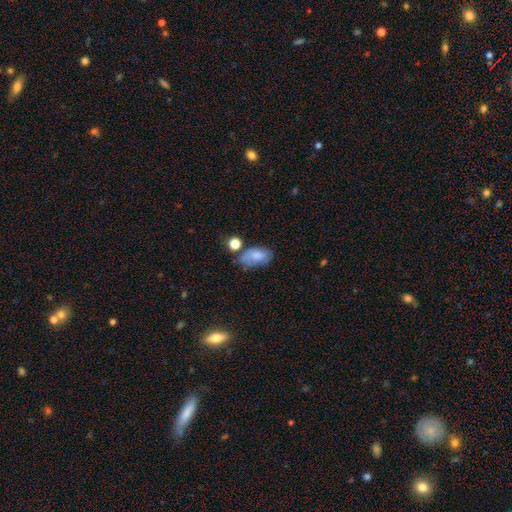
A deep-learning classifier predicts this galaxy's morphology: Smooth or featured: smooth — 75% (featured or disk — 16%)
How rounded: in between — 91% (round — 7%)
Merging: none — 53% (minor disturbance — 26%)